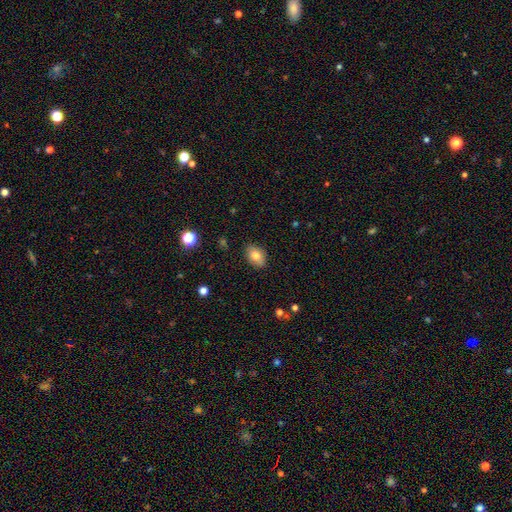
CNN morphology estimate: Smooth or featured? smooth (79%)
How rounded? in between (82%)
Merging? none (87%)